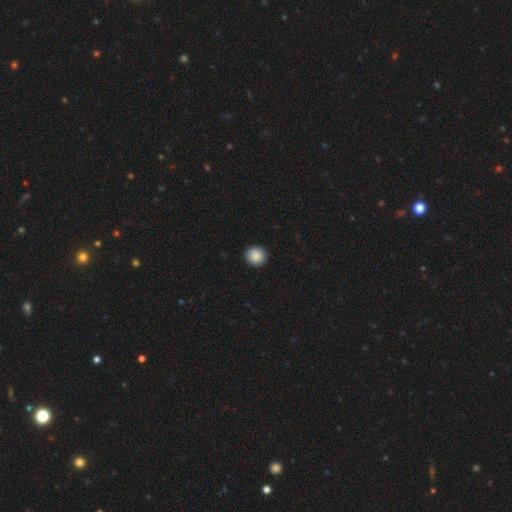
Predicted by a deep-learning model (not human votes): Smooth or featured? smooth (89%)
How rounded? round (93%)
Merging? none (93%)